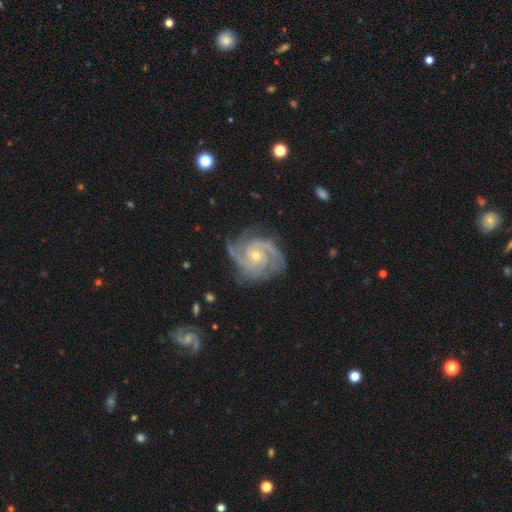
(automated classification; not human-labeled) Overall: featured or disk (92%). Edge-on disk: no (98%). Bar: no (67%). Spiral arms: yes (99%). Spiral arm count: 3 (44%; 2 27%). Spiral winding: tight (55%; medium 39%). Bulge size: small (61%; moderate 36%). Merging: none (75%).